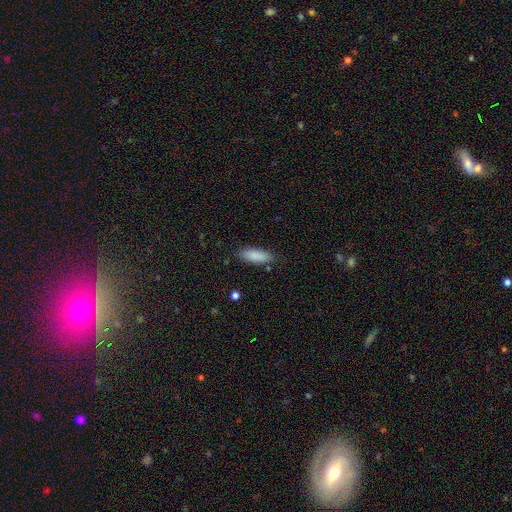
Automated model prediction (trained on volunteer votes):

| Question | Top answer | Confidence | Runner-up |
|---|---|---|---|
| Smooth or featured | smooth | 88% | star or artifact (6%) |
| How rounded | in between | 62% | cigar-shaped (36%) |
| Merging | none | 84% | minor disturbance (12%) |